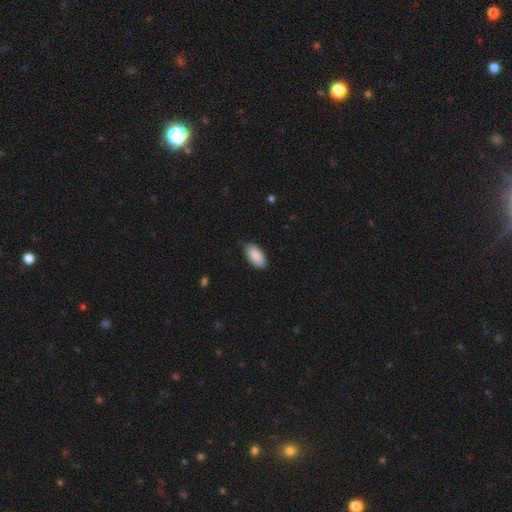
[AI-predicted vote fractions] Smooth or featured? Predicted: smooth (p=0.89). How rounded? Predicted: in between (p=0.93). Merging? Predicted: none (p=0.85).